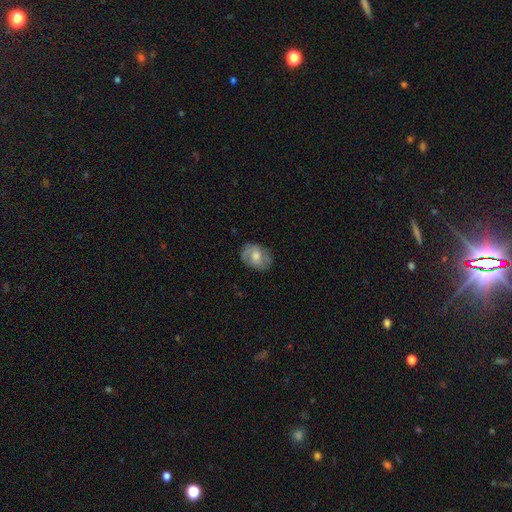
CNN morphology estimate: featured or disk 47%, smooth 44%, star or artifact 9%. Down the decision tree: merging — none (78%).